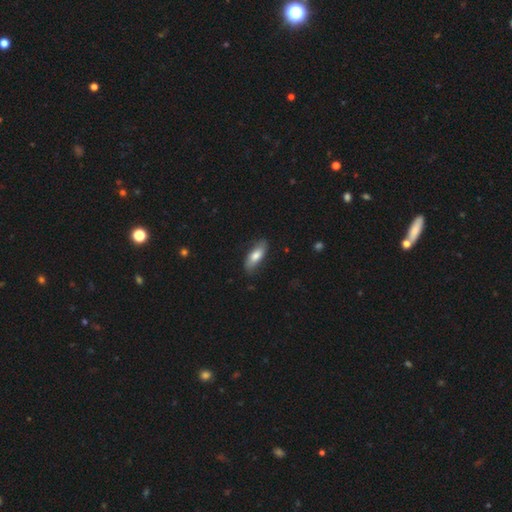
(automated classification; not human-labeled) Smooth or featured: smooth — 72% (featured or disk — 22%)
How rounded: in between — 72% (cigar-shaped — 25%)
Merging: none — 78% (minor disturbance — 17%)